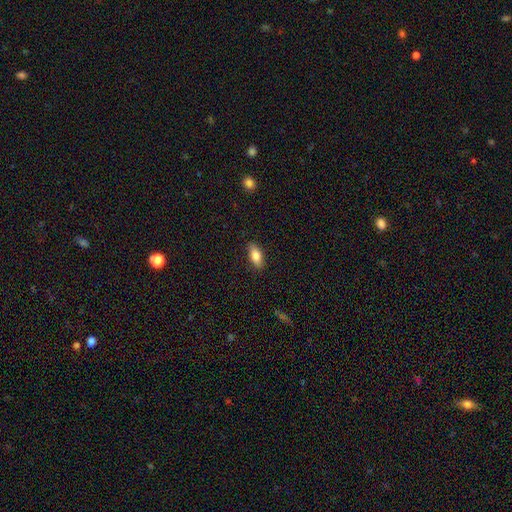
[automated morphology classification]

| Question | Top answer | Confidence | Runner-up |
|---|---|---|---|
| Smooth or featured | smooth | 82% | featured or disk (12%) |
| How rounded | in between | 84% | cigar-shaped (13%) |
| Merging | none | 87% | minor disturbance (10%) |